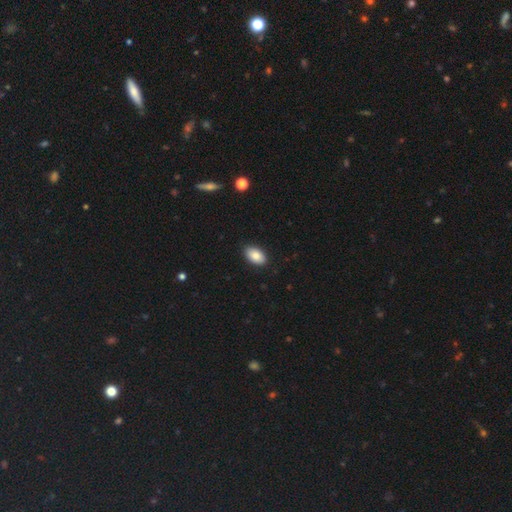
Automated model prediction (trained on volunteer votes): This is clearly a smooth galaxy (85%). How rounded: clearly in between (93%). Merging: clearly none (89%).